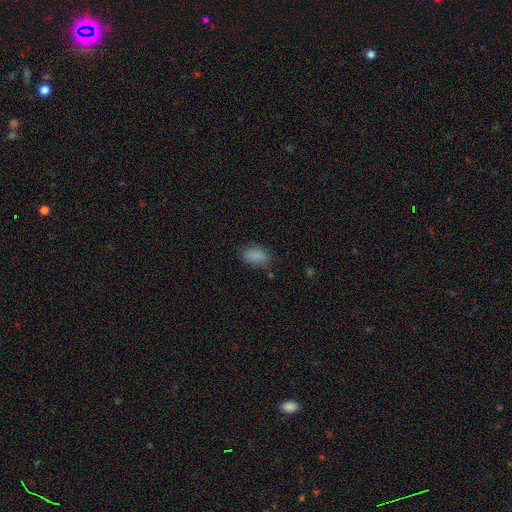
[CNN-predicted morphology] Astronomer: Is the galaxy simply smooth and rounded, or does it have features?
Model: smooth — 86%.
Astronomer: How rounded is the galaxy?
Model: in between — 89%.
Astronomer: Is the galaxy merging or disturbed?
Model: none — 78%.